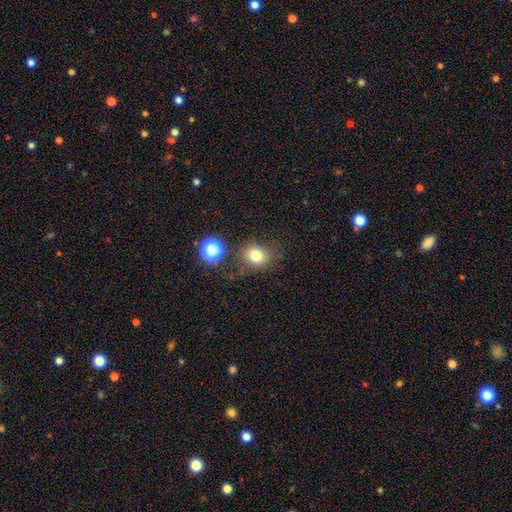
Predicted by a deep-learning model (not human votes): Overall: smooth (76%). How rounded: round (67%; in between 32%). Merging: none (73%).